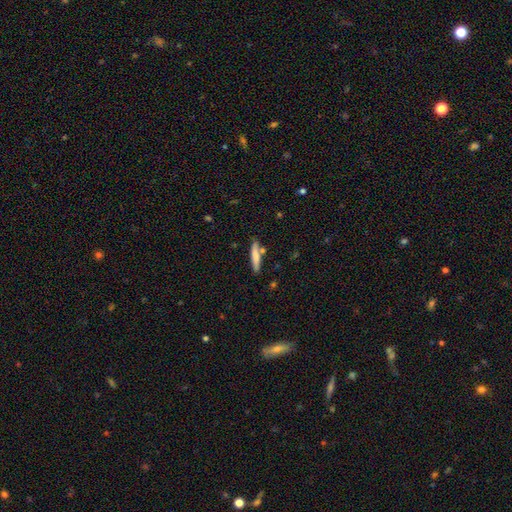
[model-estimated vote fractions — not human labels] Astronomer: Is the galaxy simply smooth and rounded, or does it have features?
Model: smooth — 72%.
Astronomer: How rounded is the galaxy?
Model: cigar-shaped — 89%.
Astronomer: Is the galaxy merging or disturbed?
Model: none — 79%.